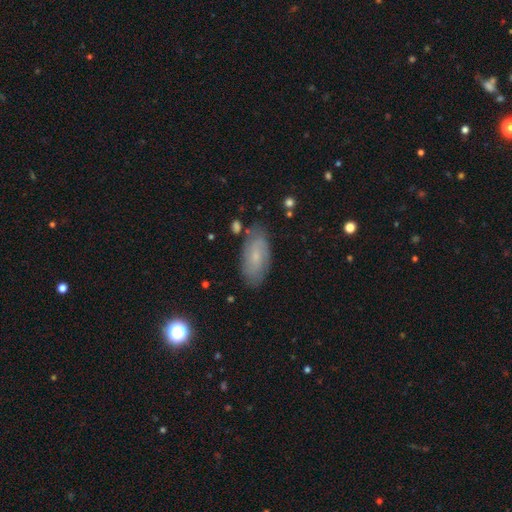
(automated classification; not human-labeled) Smooth or featured? smooth (46%)
Merging? none (79%)